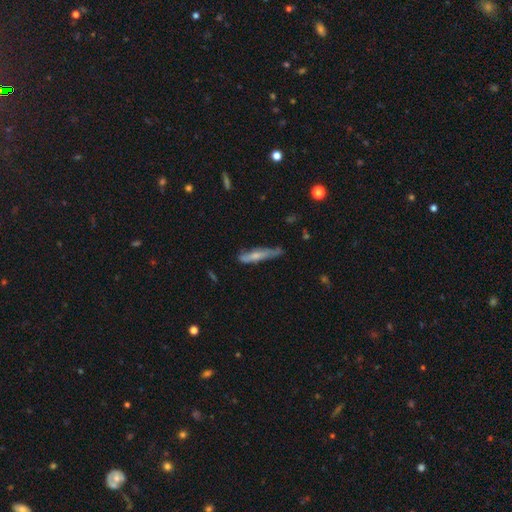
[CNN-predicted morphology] A smooth galaxy with no disk features (52%) that is cigar-shaped (89%). Merging: none (60%).